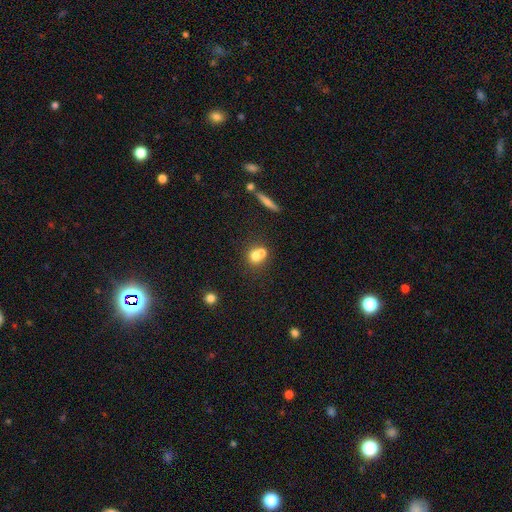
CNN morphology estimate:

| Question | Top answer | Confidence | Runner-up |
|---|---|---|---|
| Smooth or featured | smooth | 68% | featured or disk (19%) |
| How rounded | round | 80% | in between (18%) |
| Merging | merger | 54% | none (36%) |